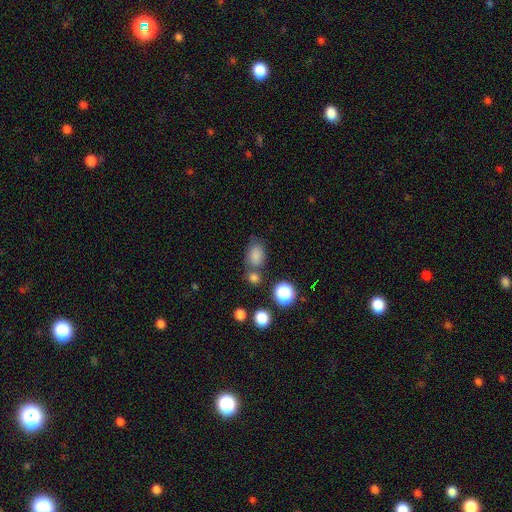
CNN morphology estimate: The model was most divided on "merging": none: 57%, merger: 20%, minor disturbance: 17%, major disturbance: 6%. More confident: smooth or featured — smooth (81%); how rounded — in between (75%).